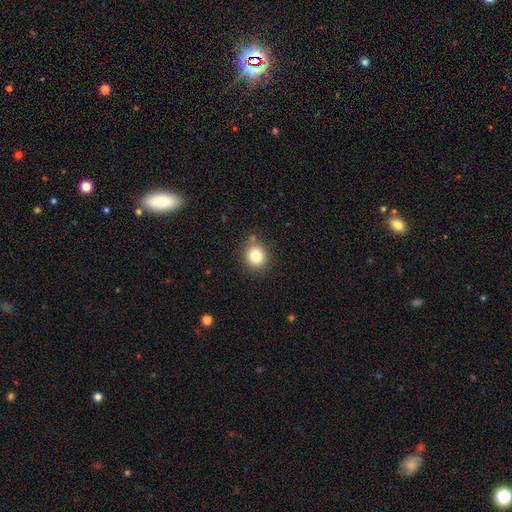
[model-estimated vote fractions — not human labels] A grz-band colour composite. It shows a smooth galaxy with no disk features (82%) that is round (81%). Merging: none (83%).